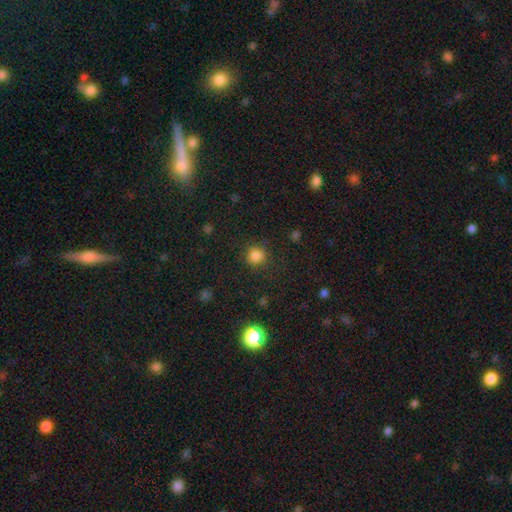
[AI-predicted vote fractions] Smooth or featured? smooth (83%)
How rounded? round (90%)
Merging? none (85%)